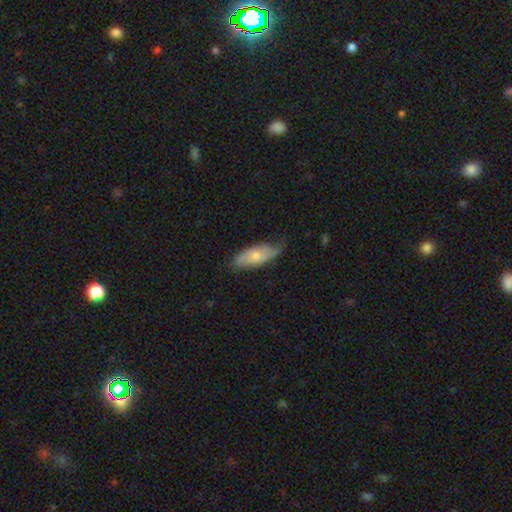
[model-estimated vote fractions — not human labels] smooth-or-featured: smooth: 57% | featured or disk: 38% | star or artifact: 6%
  how-rounded: in between: 71% | cigar-shaped: 26% | round: 3%
  merging: none: 62% | minor disturbance: 30% | major disturbance: 6% | merger: 1%